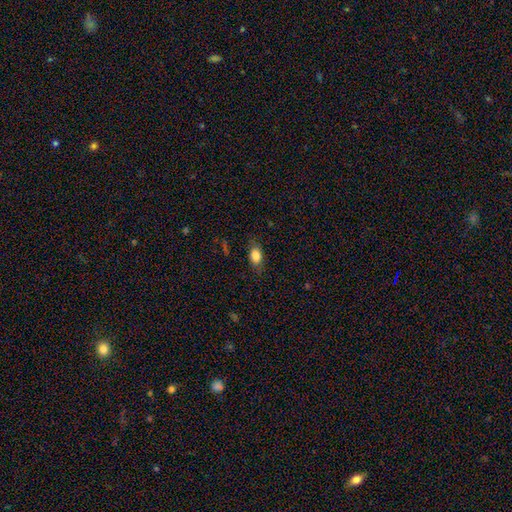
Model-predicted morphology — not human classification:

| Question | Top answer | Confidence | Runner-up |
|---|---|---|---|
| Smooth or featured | smooth | 83% | star or artifact (9%) |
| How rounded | in between | 84% | round (11%) |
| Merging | none | 79% | minor disturbance (15%) |